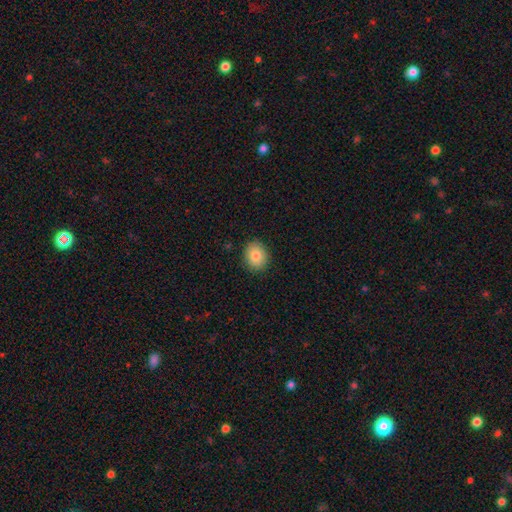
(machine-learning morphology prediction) Overall: smooth (84%). How rounded: round (65%; in between 34%). Merging: none (88%).